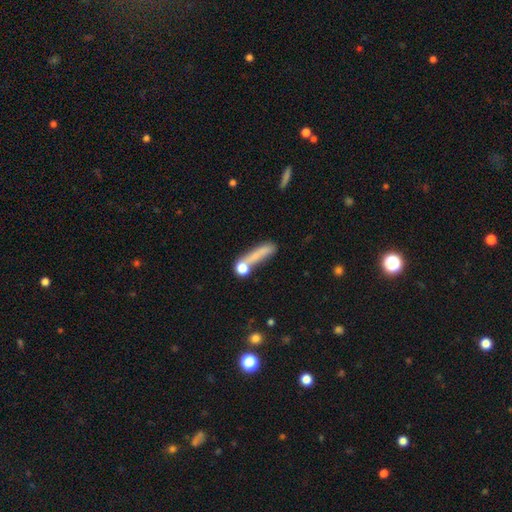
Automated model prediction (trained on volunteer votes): This appears to be a smooth galaxy with no disk features (65%) that is cigar-shaped (72%). Merging: none (48%).